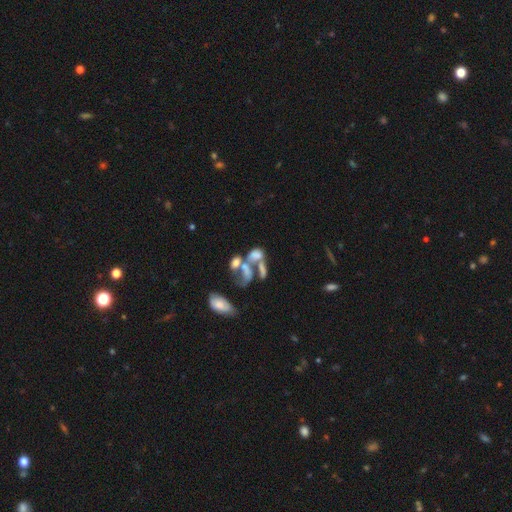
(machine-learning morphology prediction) Smooth or featured: smooth — 48% (featured or disk — 37%)
Merging: merger — 62% (major disturbance — 17%)